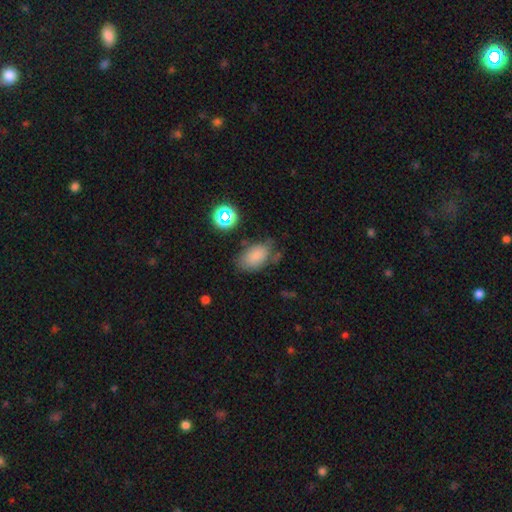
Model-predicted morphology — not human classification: A smooth galaxy with no disk features (78%) that is in between round and cigar-shaped (89%).

Vote fractions:
- Smooth or featured? smooth: 78% / star or artifact: 12% / featured or disk: 10%
- How rounded? in between: 89% / round: 9% / cigar-shaped: 1%
- Merging? none: 59% / minor disturbance: 26% / major disturbance: 10% / merger: 6%